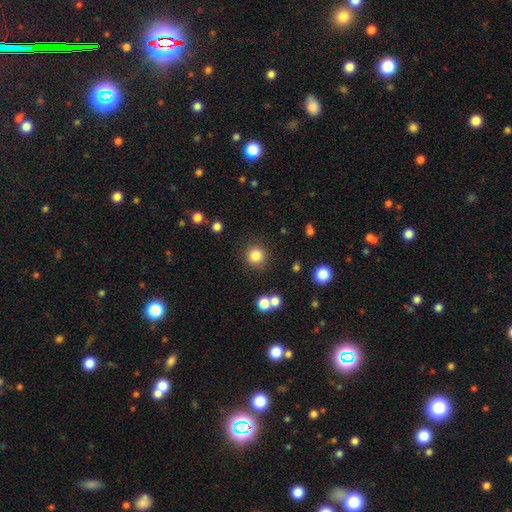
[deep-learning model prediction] Morphology: type=smooth (83%); roundness=round (94%); merging=none (86%).